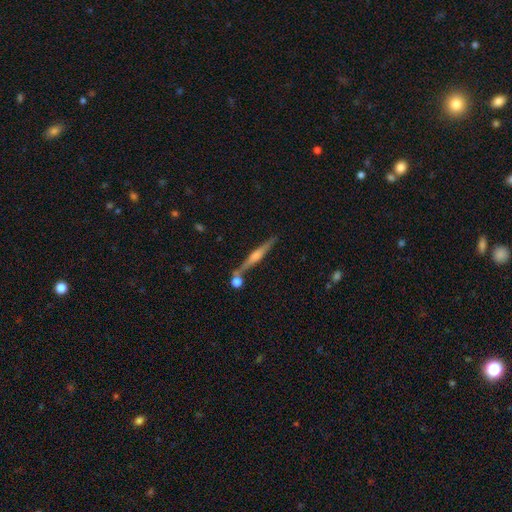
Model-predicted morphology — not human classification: Smooth or featured? Predicted: featured or disk (p=0.80). Edge-on disk? Predicted: yes (p=0.98). Edge-on bulge? Predicted: rounded (p=0.81). Merging? Predicted: none (p=0.82).